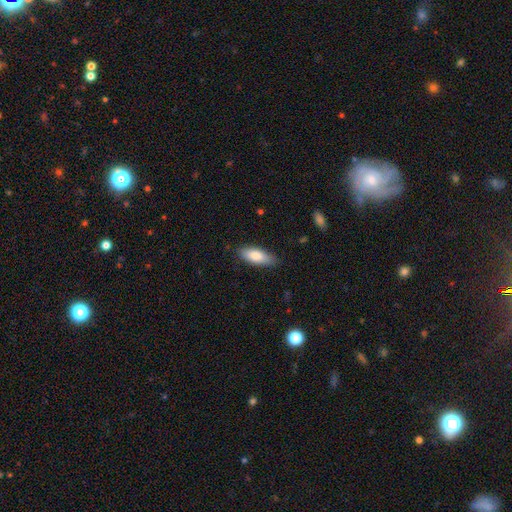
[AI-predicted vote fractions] Smooth or featured?
  - smooth: 81% *
  - featured or disk: 13%
  - star or artifact: 6%
How rounded?
  - in between: 74% *
  - cigar-shaped: 25%
  - round: 2%
Merging?
  - none: 84% *
  - minor disturbance: 13%
  - major disturbance: 2%
  - merger: 1%